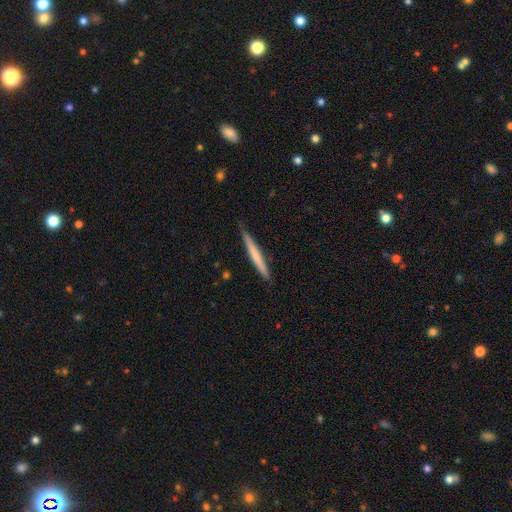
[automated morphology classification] type=smooth (54%); roundness=cigar-shaped (97%); merging=none (87%).